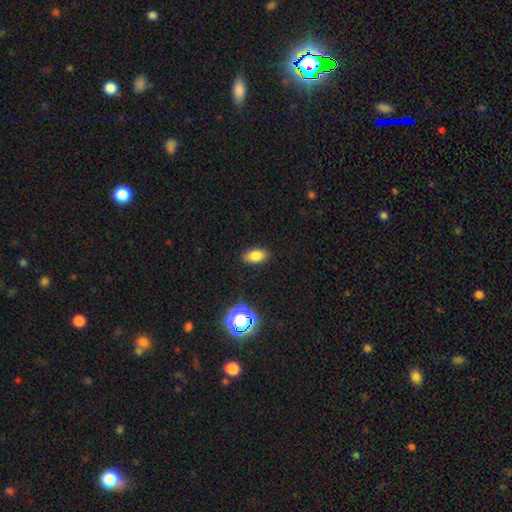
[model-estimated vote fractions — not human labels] Smooth or featured: smooth — 80% (star or artifact — 13%)
How rounded: in between — 89% (round — 8%)
Merging: none — 88% (minor disturbance — 9%)